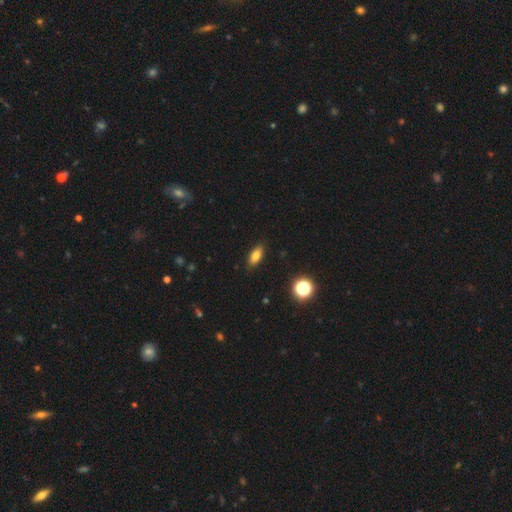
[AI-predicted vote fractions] Smooth or featured: smooth — 81% (star or artifact — 10%)
How rounded: in between — 82% (cigar-shaped — 13%)
Merging: none — 88% (minor disturbance — 9%)